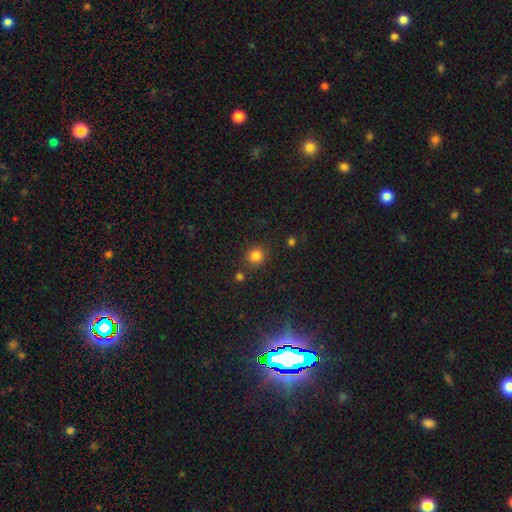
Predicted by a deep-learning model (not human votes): Smooth or featured?
  - smooth: 81% *
  - star or artifact: 14%
  - featured or disk: 5%
How rounded?
  - round: 90% *
  - in between: 9%
  - cigar-shaped: 1%
Merging?
  - none: 81% *
  - minor disturbance: 9%
  - merger: 7%
  - major disturbance: 3%